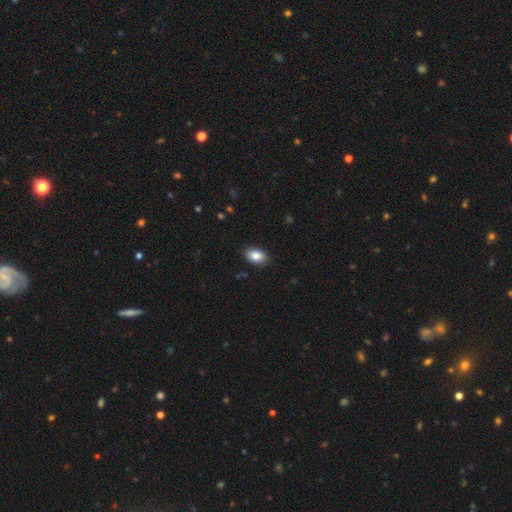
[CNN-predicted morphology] type=smooth (86%); roundness=in between (90%); merging=none (89%).